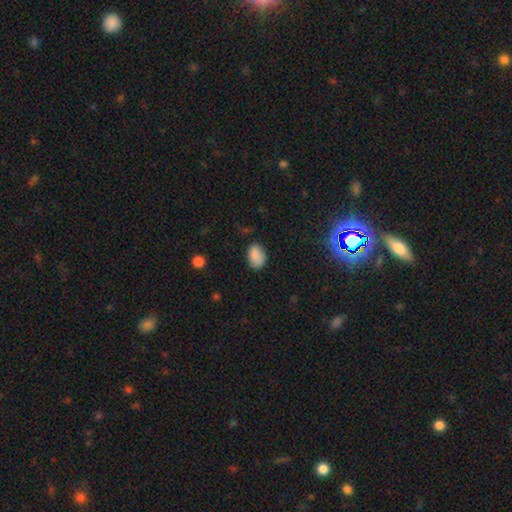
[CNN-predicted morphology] This is clearly a smooth galaxy (86%). How rounded: clearly in between (85%). Merging: likely none (75%).